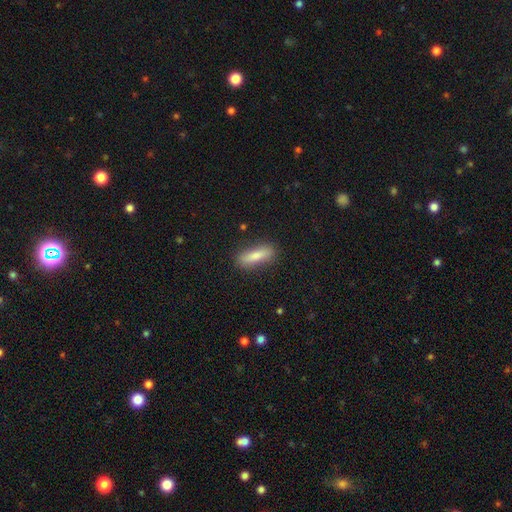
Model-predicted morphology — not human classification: Smooth or featured? Predicted: smooth (p=0.79). How rounded? Predicted: cigar-shaped (p=0.57). Merging? Predicted: none (p=0.84).